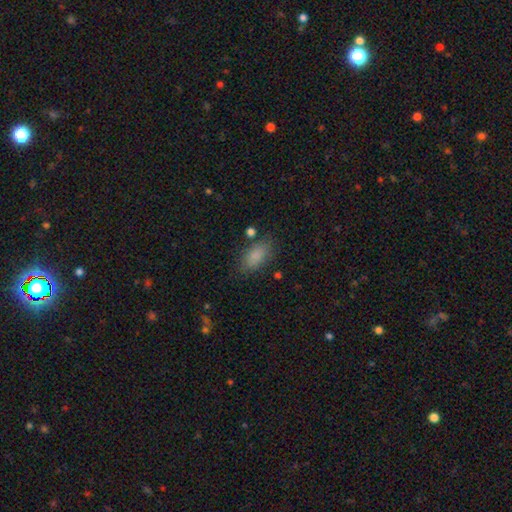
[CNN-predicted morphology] Smooth or featured?
  - smooth: 85% *
  - star or artifact: 9%
  - featured or disk: 6%
How rounded?
  - in between: 89% *
  - cigar-shaped: 6%
  - round: 5%
Merging?
  - none: 77% *
  - minor disturbance: 15%
  - major disturbance: 5%
  - merger: 3%